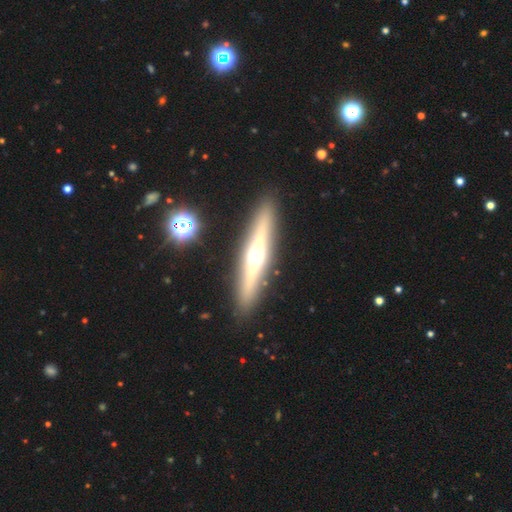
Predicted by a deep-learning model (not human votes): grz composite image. It shows a featured or disk galaxy (71%) viewed edge-on (96%) with a rounded central bulge (93%). Merging: none (90%).